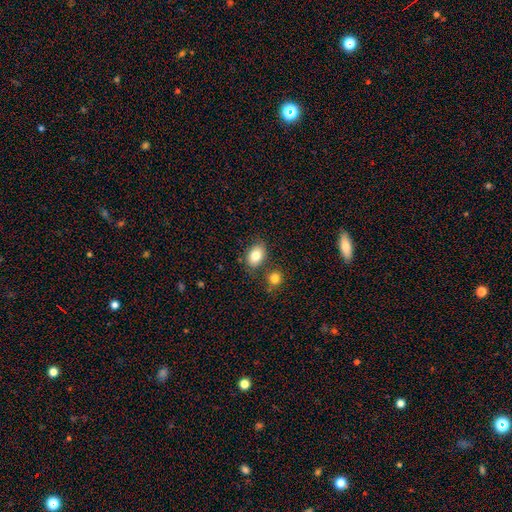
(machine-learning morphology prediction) This is clearly a smooth galaxy (81%). How rounded: clearly in between (80%). Merging: likely none (71%).